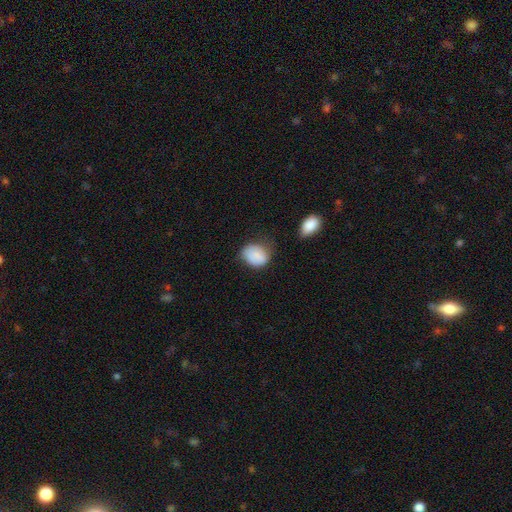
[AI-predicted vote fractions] This is clearly a smooth galaxy (85%). How rounded: possibly round (51%). Merging: possibly none (59%).